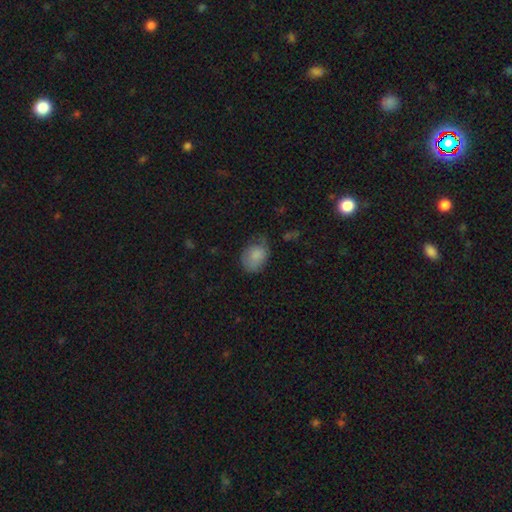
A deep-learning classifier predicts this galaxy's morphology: Smooth or featured?
  - smooth: 79% *
  - featured or disk: 13%
  - star or artifact: 8%
How rounded?
  - in between: 65% *
  - round: 34%
  - cigar-shaped: 1%
Merging?
  - none: 43% *
  - minor disturbance: 39%
  - major disturbance: 16%
  - merger: 2%